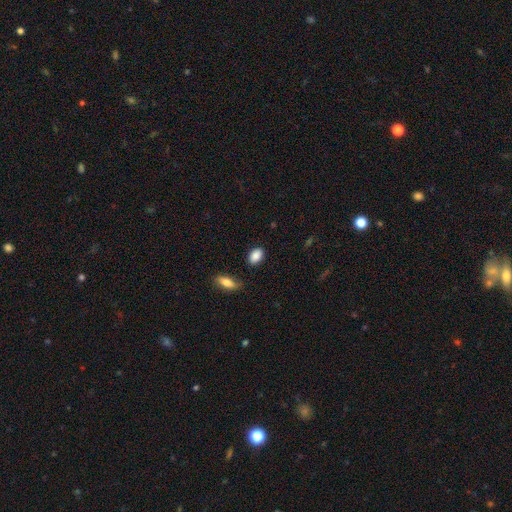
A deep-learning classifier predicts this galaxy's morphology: Smooth or featured: smooth — 88% (star or artifact — 8%)
How rounded: in between — 85% (round — 14%)
Merging: none — 83% (minor disturbance — 12%)